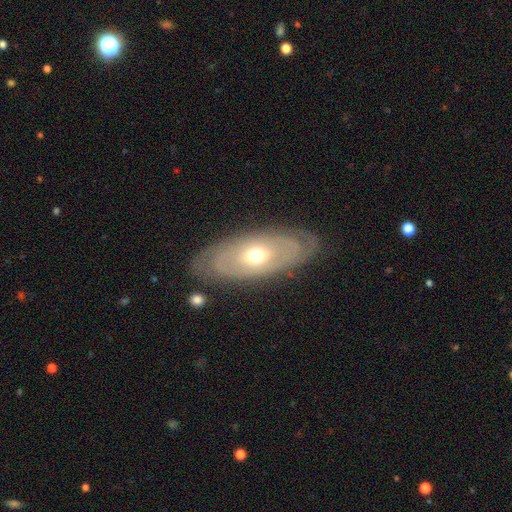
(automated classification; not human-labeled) smooth_or_featured: featured or disk (p=0.71) [alt: smooth p=0.24]
disk_edge_on: no (p=0.86) [alt: yes p=0.14]
bar: no (p=0.79) [alt: weak p=0.16]
has_spiral_arms: yes (p=0.62) [alt: no p=0.38]
bulge_size: moderate (p=0.62) [alt: small p=0.32]
merging: none (p=0.81) [alt: minor disturbance p=0.13]